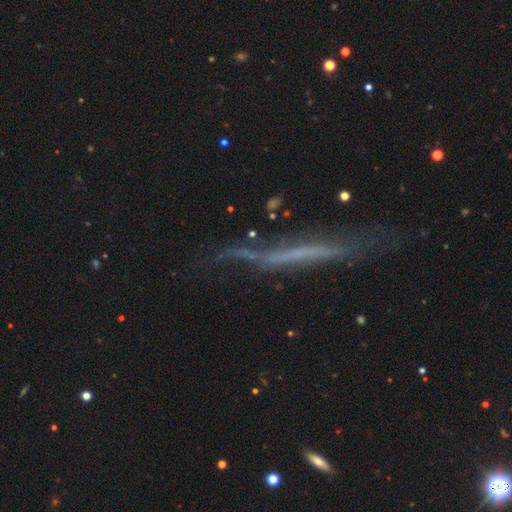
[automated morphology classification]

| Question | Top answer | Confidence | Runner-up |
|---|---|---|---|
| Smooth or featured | featured or disk | 61% | smooth (27%) |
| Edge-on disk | yes | 77% | no (23%) |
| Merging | none | 49% | minor disturbance (24%) |